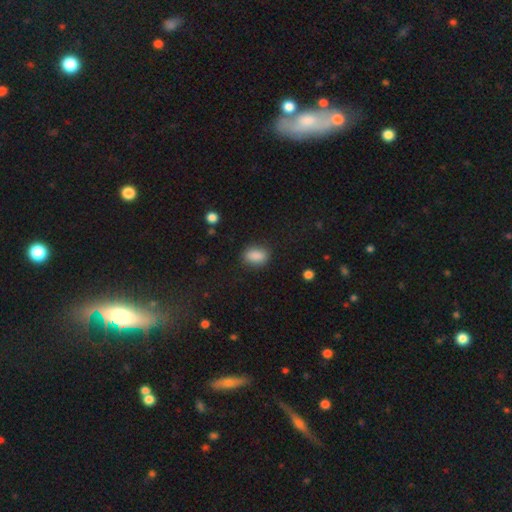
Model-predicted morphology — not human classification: smooth_or_featured: smooth (p=0.87) [alt: star or artifact p=0.09]
how_rounded: in between (p=0.82) [alt: round p=0.15]
merging: none (p=0.83) [alt: minor disturbance p=0.12]